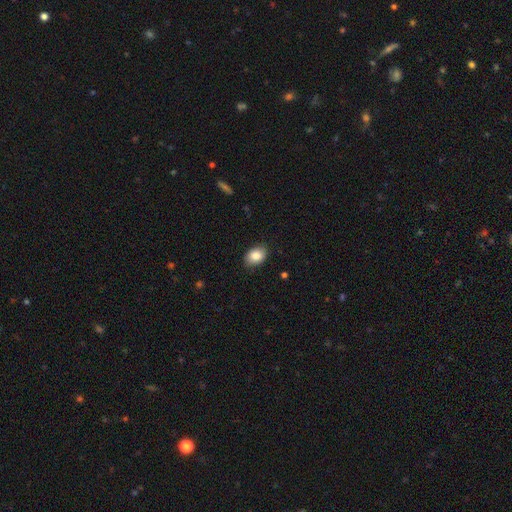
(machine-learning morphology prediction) Smooth or featured? smooth (86%)
How rounded? in between (78%)
Merging? none (85%)